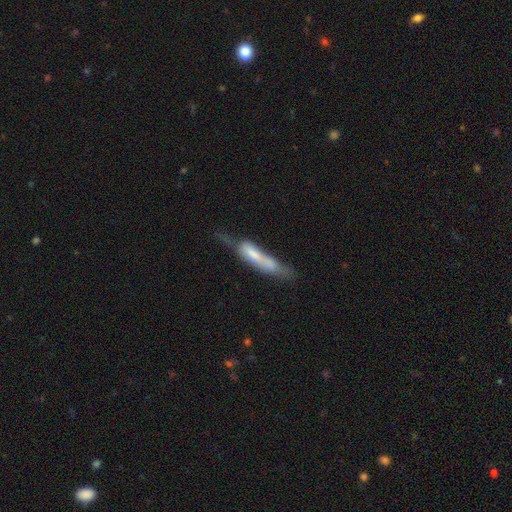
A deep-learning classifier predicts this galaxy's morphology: smooth-or-featured: smooth: 52% | featured or disk: 40% | star or artifact: 8%
  how-rounded: cigar-shaped: 75% | in between: 23% | round: 2%
  merging: major disturbance: 31% | none: 29% | minor disturbance: 26% | merger: 15%